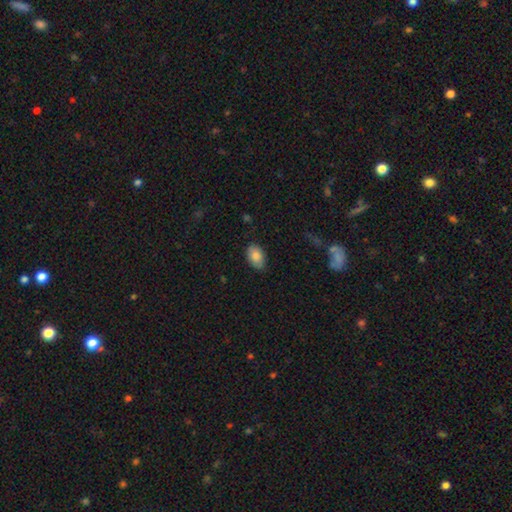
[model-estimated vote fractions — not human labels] smooth 85%, featured or disk 8%, star or artifact 7%. Down the decision tree: how rounded — in between (89%); merging — none (81%).